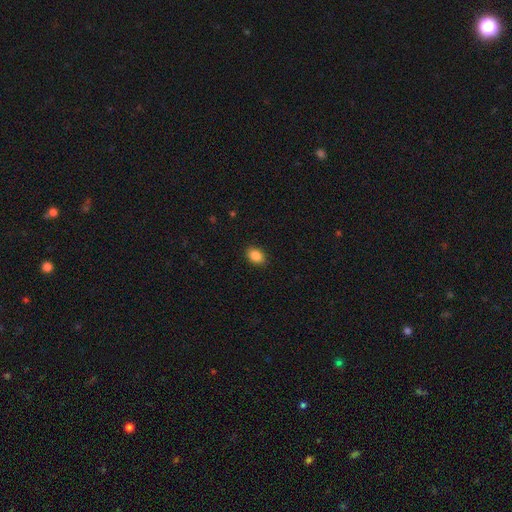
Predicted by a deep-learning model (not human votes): Smooth or featured: smooth — 87% (star or artifact — 9%)
How rounded: in between — 81% (round — 17%)
Merging: none — 89% (minor disturbance — 8%)